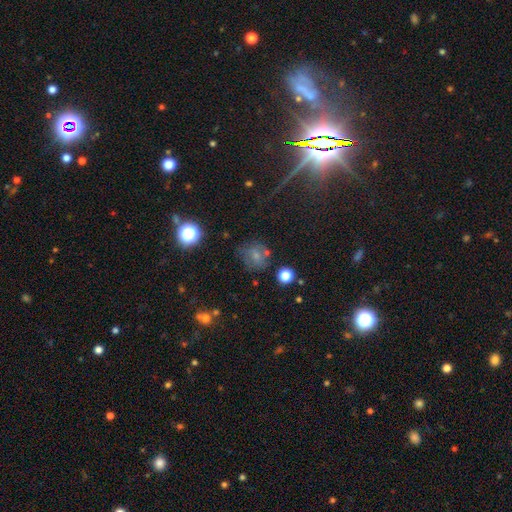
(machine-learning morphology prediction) smooth-or-featured: smooth: 59% | star or artifact: 21% | featured or disk: 20%
  how-rounded: round: 77% | in between: 22% | cigar-shaped: 1%
  merging: none: 61% | minor disturbance: 21% | major disturbance: 10% | merger: 7%